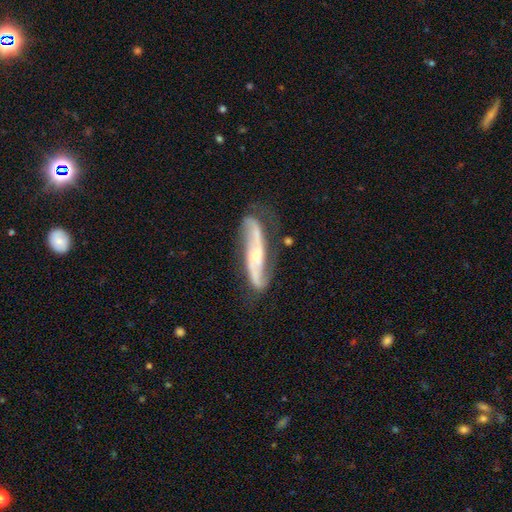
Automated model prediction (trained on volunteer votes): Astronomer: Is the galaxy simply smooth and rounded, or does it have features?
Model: featured or disk — 84%.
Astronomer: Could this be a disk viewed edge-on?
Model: no — 81%.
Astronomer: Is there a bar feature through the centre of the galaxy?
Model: no — 47% (runner-up: weak, 29%).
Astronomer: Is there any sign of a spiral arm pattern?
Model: yes — 95%.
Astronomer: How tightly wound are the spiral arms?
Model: loose — 41% (runner-up: medium, 40%).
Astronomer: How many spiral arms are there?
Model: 2 — 88%.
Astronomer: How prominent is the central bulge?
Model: small — 58% (runner-up: moderate, 37%).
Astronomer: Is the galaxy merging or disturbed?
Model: none — 66%.